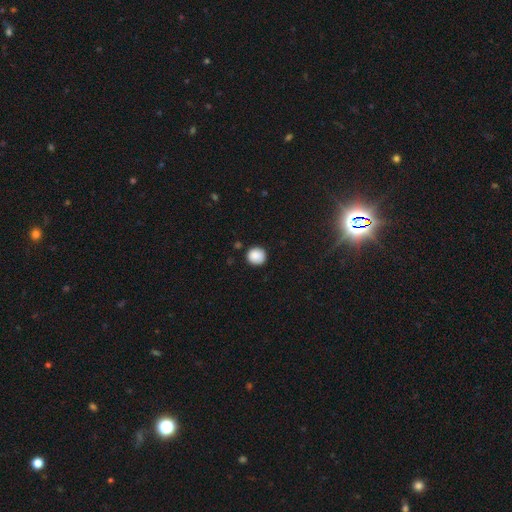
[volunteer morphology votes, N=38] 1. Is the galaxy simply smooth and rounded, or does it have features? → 95% smooth, 5% star or artifact, 0% featured or disk.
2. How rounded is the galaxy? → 83% round, 14% in between, 3% cigar-shaped.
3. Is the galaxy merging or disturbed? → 81% none, 11% minor disturbance, 8% major disturbance, 0% merger.